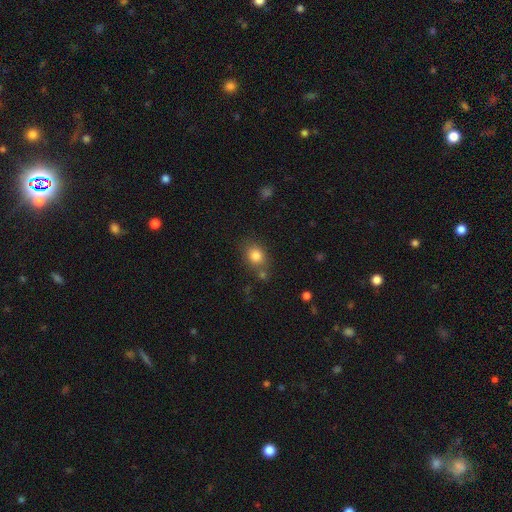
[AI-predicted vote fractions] smooth_or_featured: smooth (p=0.82) [alt: star or artifact p=0.11]
how_rounded: round (p=0.60) [alt: in between p=0.39]
merging: none (p=0.68) [alt: minor disturbance p=0.15]